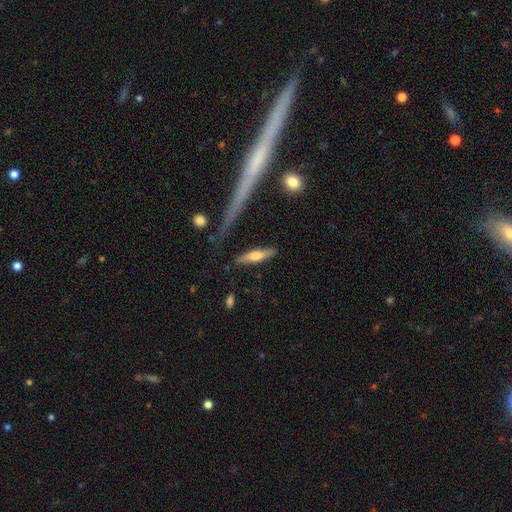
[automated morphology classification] This appears to be a featured or disk galaxy (50%) viewed edge-on (91%). Merging: none (77%).